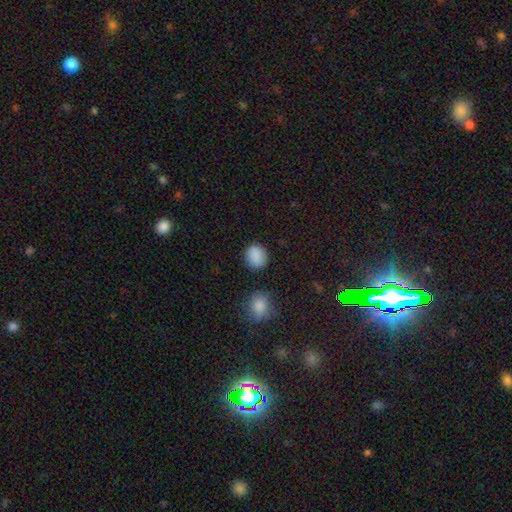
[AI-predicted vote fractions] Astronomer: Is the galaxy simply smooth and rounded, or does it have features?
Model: smooth — 88%.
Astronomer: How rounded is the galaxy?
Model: round — 74%.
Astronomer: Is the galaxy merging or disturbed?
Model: none — 82%.